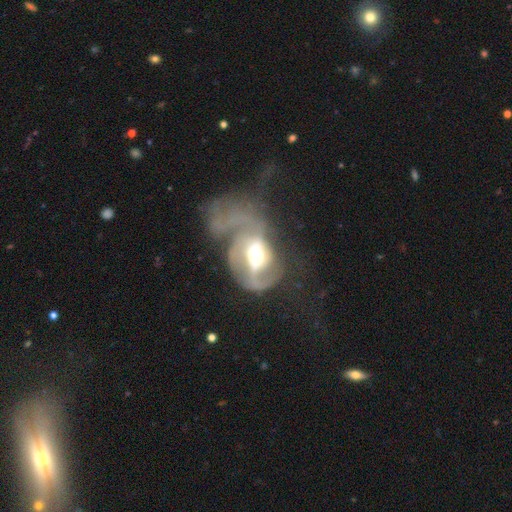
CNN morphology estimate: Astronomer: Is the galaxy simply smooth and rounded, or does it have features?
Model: featured or disk — 77%.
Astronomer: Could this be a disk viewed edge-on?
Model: no — 97%.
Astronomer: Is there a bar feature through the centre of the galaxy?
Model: weak — 41% (runner-up: no, 32%).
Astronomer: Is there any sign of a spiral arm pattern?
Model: yes — 76%.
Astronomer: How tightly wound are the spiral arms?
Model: loose — 40% (runner-up: medium, 39%).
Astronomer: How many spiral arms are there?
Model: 2 — 43% (runner-up: can't tell, 22%).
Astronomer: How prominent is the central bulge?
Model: moderate — 64%.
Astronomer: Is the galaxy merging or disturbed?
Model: major disturbance — 55%.